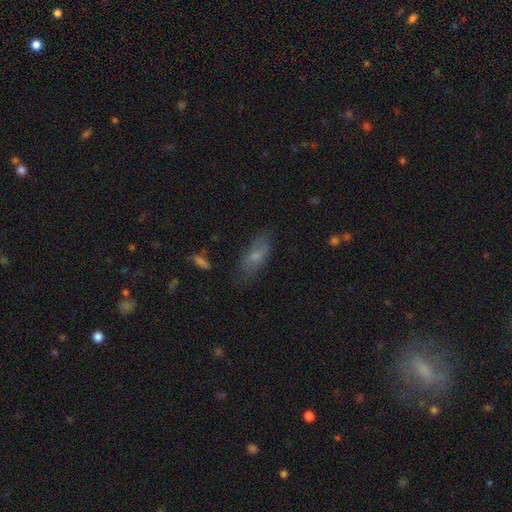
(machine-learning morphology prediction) smooth-or-featured: smooth: 66% | featured or disk: 24% | star or artifact: 9%
  how-rounded: in between: 73% | cigar-shaped: 24% | round: 3%
  merging: none: 71% | minor disturbance: 20% | major disturbance: 7% | merger: 2%